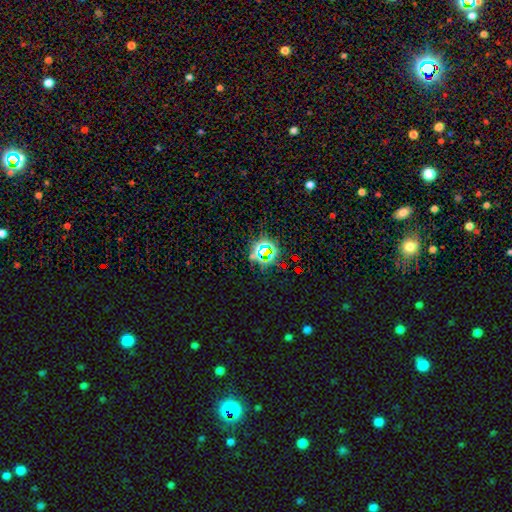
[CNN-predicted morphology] A star or artifact, not a galaxy (68%).